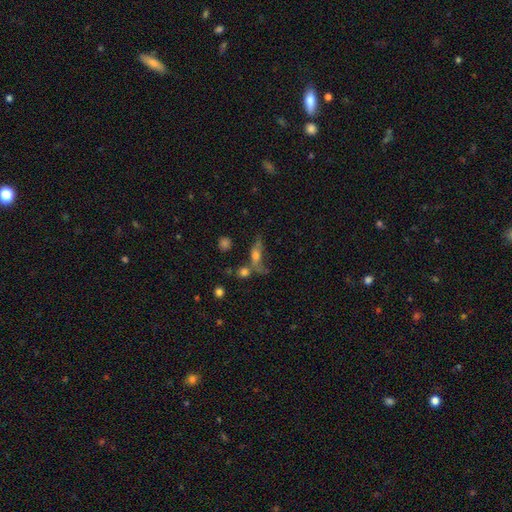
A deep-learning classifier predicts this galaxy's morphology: This appears to be a smooth galaxy with no disk features (44%). Merging: none (37%).